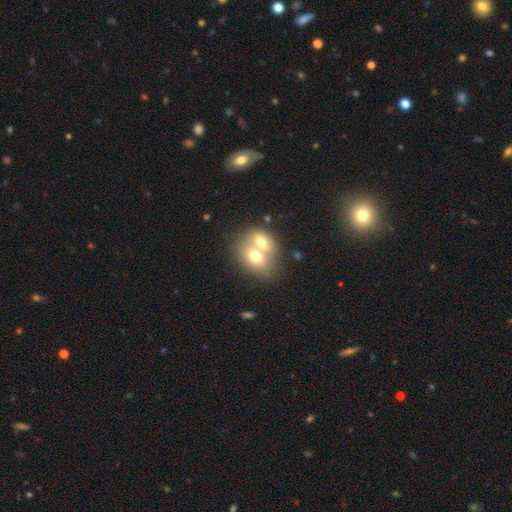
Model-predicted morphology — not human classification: Smooth or featured: smooth — 67% (featured or disk — 25%)
How rounded: in between — 62% (round — 37%)
Merging: merger — 72% (none — 19%)